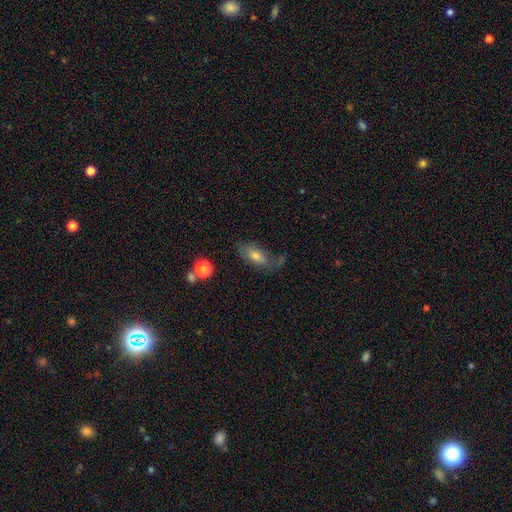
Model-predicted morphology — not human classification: type=smooth (63%); roundness=in between (83%); merging=none (53%).